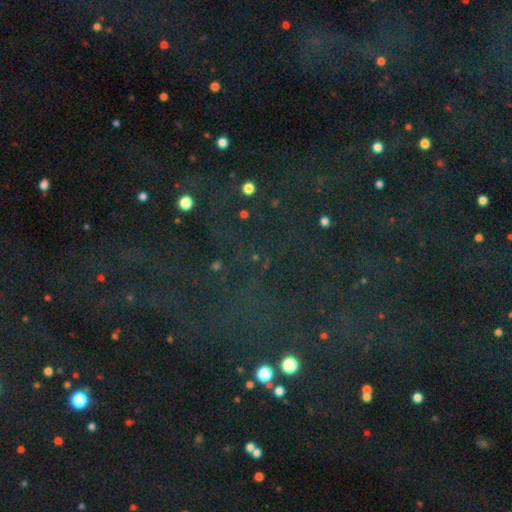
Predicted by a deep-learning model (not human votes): Morphology: type=star or artifact (79%).